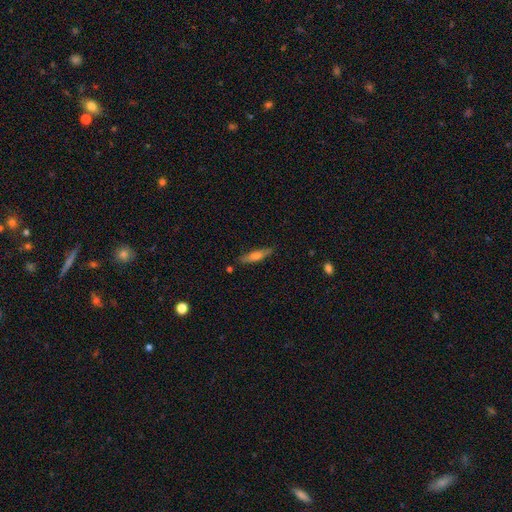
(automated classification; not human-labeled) Smooth or featured? smooth (51%)
How rounded? cigar-shaped (81%)
Merging? none (84%)